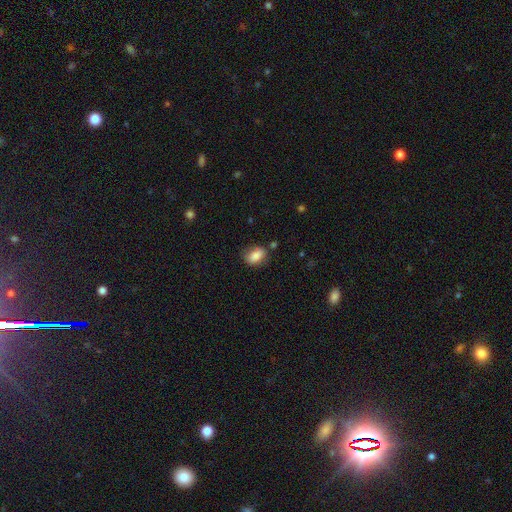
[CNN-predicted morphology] Smooth or featured?
  - smooth: 86% *
  - star or artifact: 8%
  - featured or disk: 7%
How rounded?
  - in between: 82% *
  - round: 16%
  - cigar-shaped: 2%
Merging?
  - none: 75% *
  - minor disturbance: 17%
  - major disturbance: 4%
  - merger: 4%